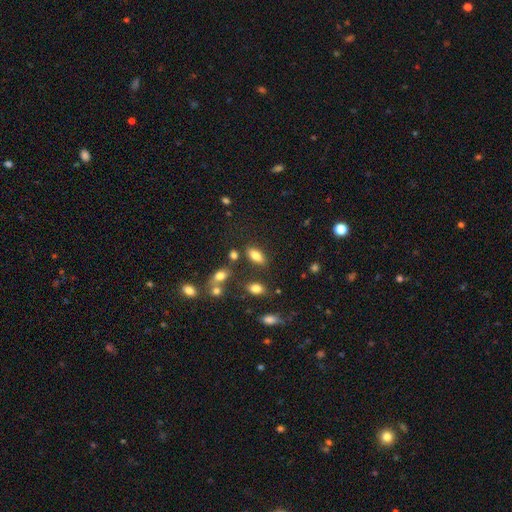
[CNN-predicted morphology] Smooth or featured? Predicted: smooth (p=0.80). How rounded? Predicted: in between (p=0.85). Merging? Predicted: none (p=0.76).